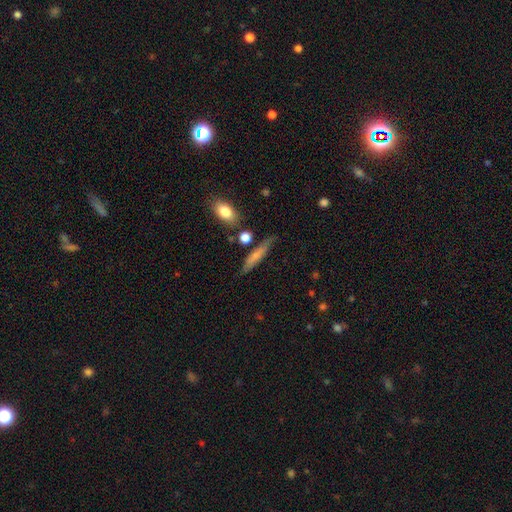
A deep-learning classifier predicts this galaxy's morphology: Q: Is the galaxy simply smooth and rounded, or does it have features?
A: smooth — 65%.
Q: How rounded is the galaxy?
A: cigar-shaped — 83%.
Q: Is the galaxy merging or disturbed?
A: none — 74%.